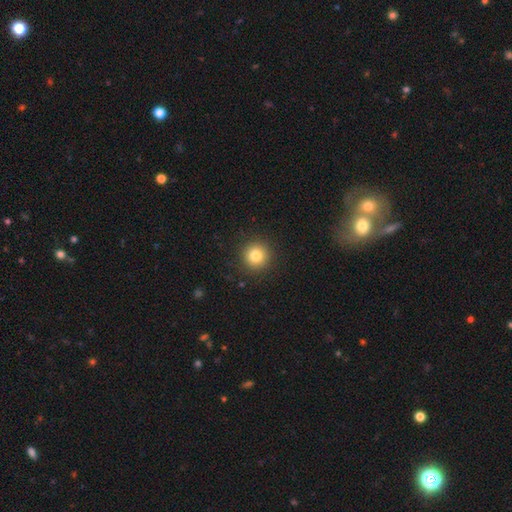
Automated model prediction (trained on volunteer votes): The model was most divided on "smooth or featured": smooth: 81%, star or artifact: 11%, featured or disk: 7%. More confident: how rounded — round (95%); merging — none (91%).